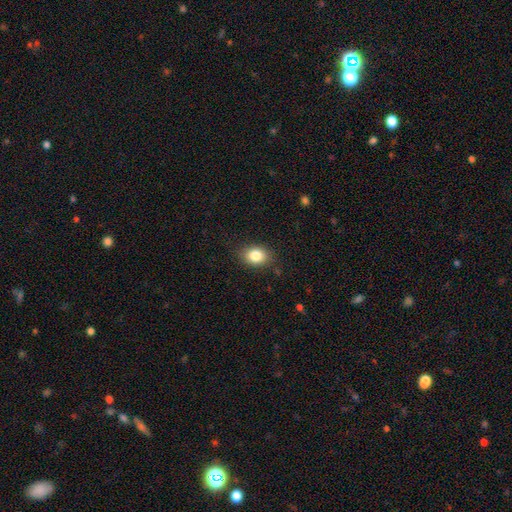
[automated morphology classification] Smooth or featured? smooth (84%)
How rounded? in between (69%)
Merging? none (84%)